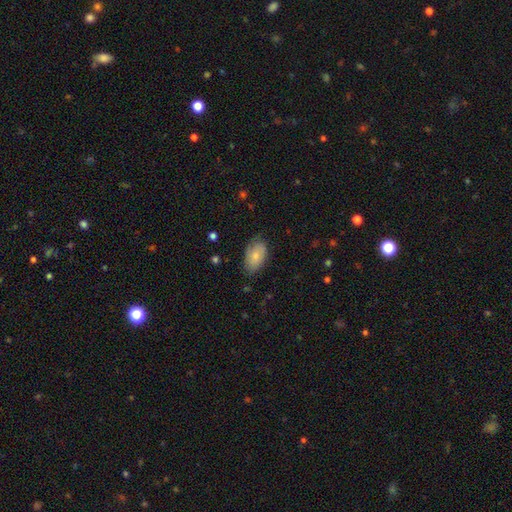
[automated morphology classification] type=smooth (73%); roundness=in between (93%); merging=none (71%).